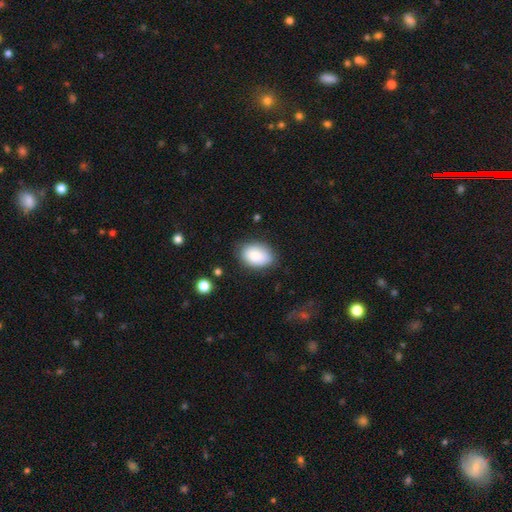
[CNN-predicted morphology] smooth_or_featured: smooth (p=0.86) [alt: featured or disk p=0.07]
how_rounded: in between (p=0.83) [alt: round p=0.16]
merging: none (p=0.78) [alt: minor disturbance p=0.17]